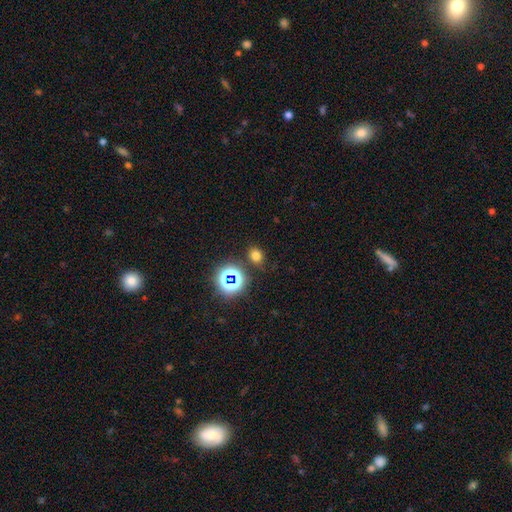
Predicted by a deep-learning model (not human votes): smooth-or-featured: smooth: 68% | star or artifact: 25% | featured or disk: 6%
  how-rounded: round: 58% | in between: 41% | cigar-shaped: 1%
  merging: none: 82% | minor disturbance: 10% | merger: 5% | major disturbance: 3%